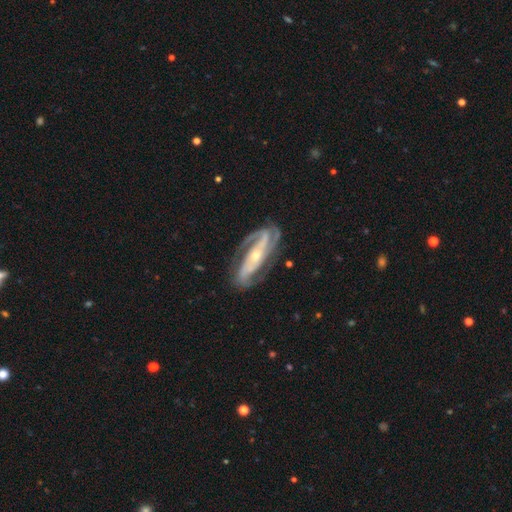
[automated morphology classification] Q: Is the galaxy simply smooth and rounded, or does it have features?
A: featured or disk — 90%.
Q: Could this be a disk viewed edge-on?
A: no — 92%.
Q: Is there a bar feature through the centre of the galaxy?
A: strong — 46%.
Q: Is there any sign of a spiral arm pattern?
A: yes — 97%.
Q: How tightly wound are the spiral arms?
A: medium — 43%, tied with tight.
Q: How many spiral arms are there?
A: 2 — 69%.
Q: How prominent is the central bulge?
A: small — 65%.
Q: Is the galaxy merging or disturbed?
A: none — 75%.